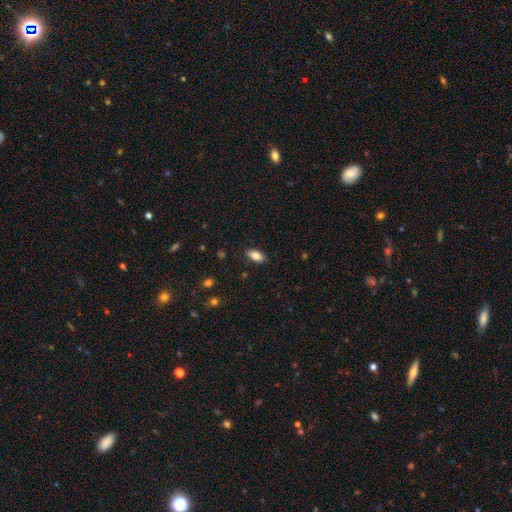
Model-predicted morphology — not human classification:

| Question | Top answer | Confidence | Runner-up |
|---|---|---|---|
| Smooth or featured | smooth | 83% | featured or disk (10%) |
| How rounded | in between | 88% | cigar-shaped (9%) |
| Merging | none | 87% | minor disturbance (10%) |